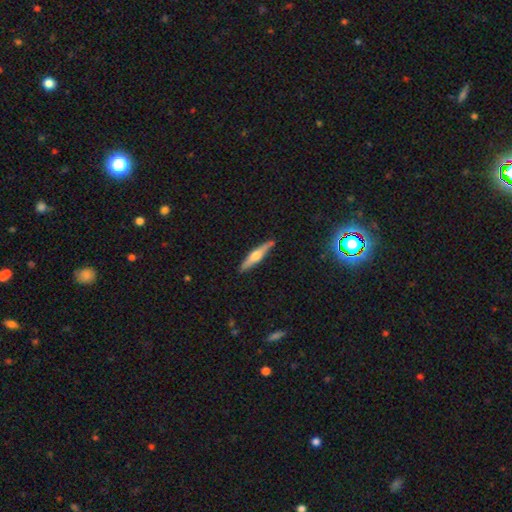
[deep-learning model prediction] This is possibly a featured or disk galaxy (59%). It is clearly viewed edge-on (96%). Edge-on bulge: clearly rounded (91%). Merging: clearly none (88%).